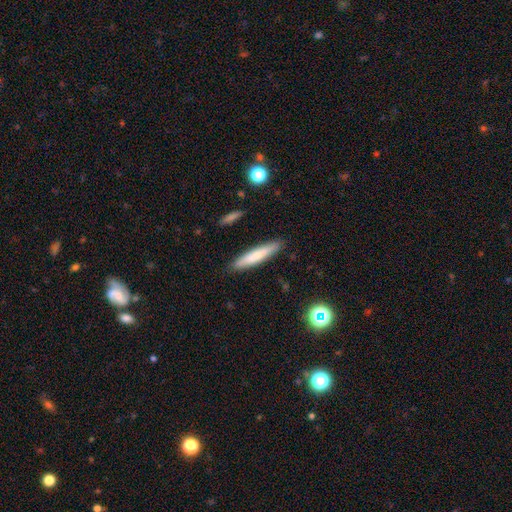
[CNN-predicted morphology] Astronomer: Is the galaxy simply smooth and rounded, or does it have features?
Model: smooth — 72%.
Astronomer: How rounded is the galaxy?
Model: cigar-shaped — 89%.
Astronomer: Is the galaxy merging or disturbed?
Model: none — 89%.